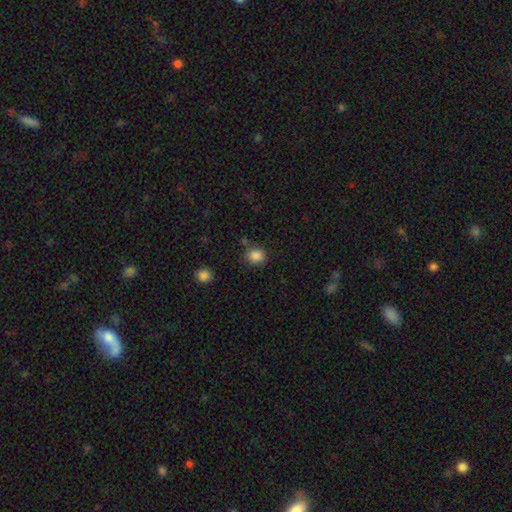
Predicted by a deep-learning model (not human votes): This is clearly a smooth galaxy (86%). How rounded: clearly round (85%). Merging: likely none (79%).